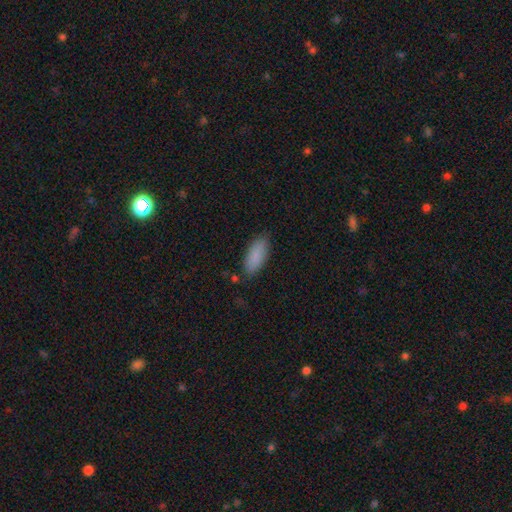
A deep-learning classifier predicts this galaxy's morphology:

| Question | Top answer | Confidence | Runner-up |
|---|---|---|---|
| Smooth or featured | smooth | 88% | star or artifact (6%) |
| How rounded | in between | 82% | cigar-shaped (16%) |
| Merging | none | 83% | minor disturbance (13%) |